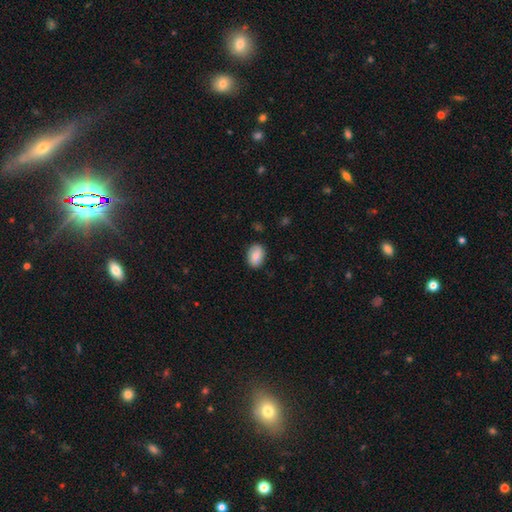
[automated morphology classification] This appears to be a smooth galaxy with no disk features (83%) that is in between round and cigar-shaped (80%). Merging: none (84%).